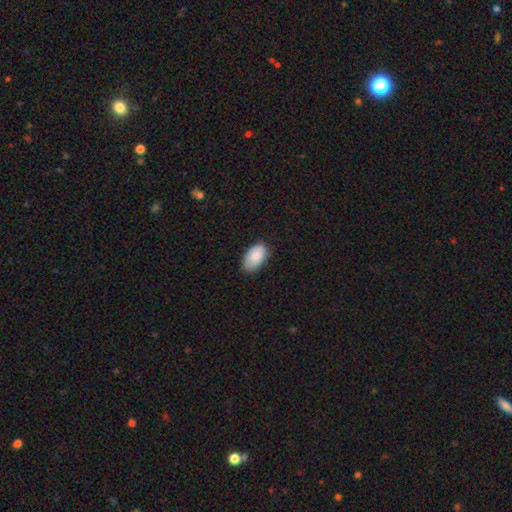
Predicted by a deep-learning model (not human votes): The model was most divided on "merging": none: 80%, minor disturbance: 16%, major disturbance: 2%, merger: 1%. More confident: how rounded — in between (95%); smooth or featured — smooth (87%).